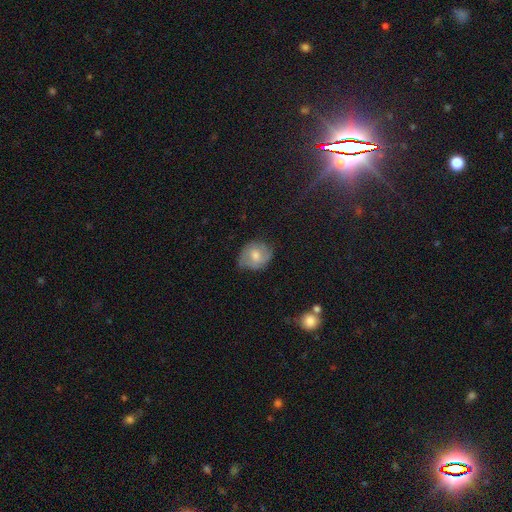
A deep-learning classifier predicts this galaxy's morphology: smooth-or-featured: smooth: 60% | featured or disk: 32% | star or artifact: 8%
  how-rounded: round: 66% | in between: 33% | cigar-shaped: 1%
  merging: none: 63% | minor disturbance: 29% | major disturbance: 7% | merger: 1%